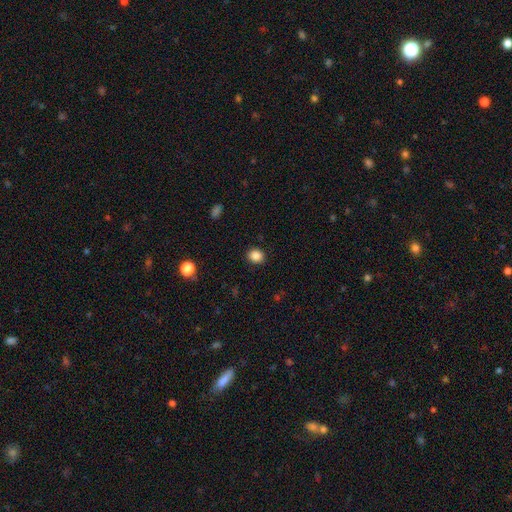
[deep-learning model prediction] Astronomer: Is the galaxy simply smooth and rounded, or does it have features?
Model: smooth — 86%.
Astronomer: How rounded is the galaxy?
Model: round — 75%.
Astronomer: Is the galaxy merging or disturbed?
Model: none — 91%.